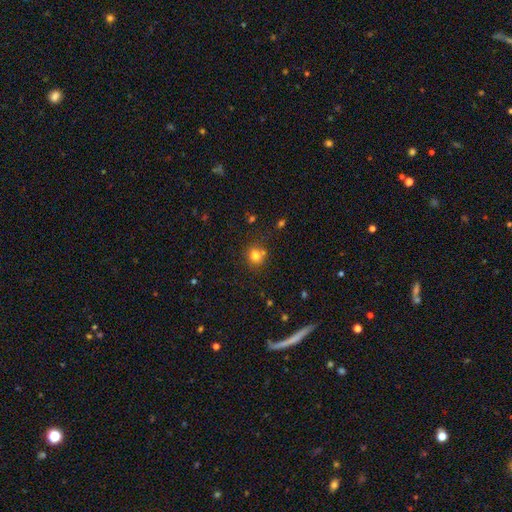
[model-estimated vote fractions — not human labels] Smooth or featured?
  - smooth: 78% *
  - star or artifact: 14%
  - featured or disk: 8%
How rounded?
  - round: 77% *
  - in between: 22%
  - cigar-shaped: 1%
Merging?
  - none: 68% *
  - merger: 16%
  - minor disturbance: 12%
  - major disturbance: 4%